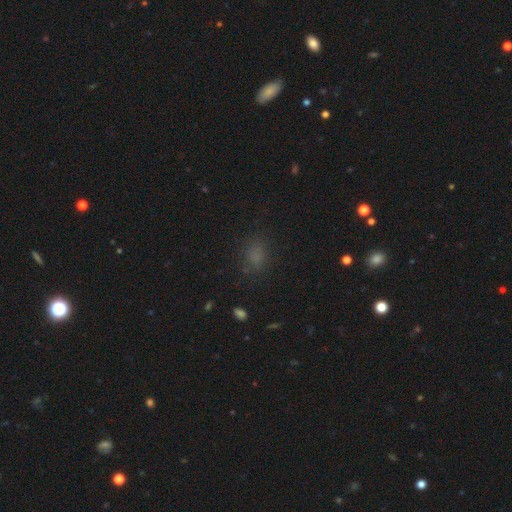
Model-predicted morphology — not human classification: Smooth or featured? Predicted: smooth (p=0.72). How rounded? Predicted: in between (p=0.66). Merging? Predicted: none (p=0.77).